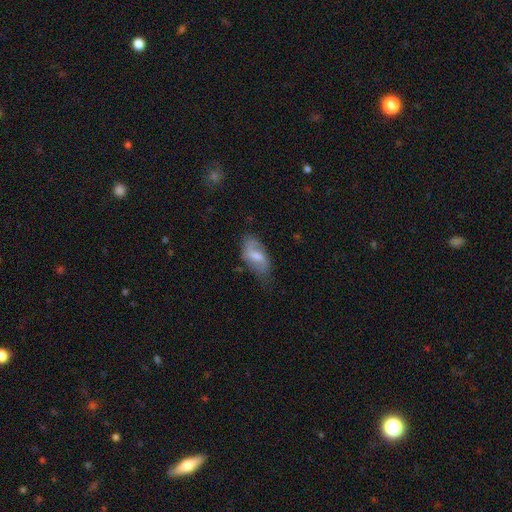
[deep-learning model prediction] smooth 47%, featured or disk 46%, star or artifact 7%. Down the decision tree: merging — none (55%).